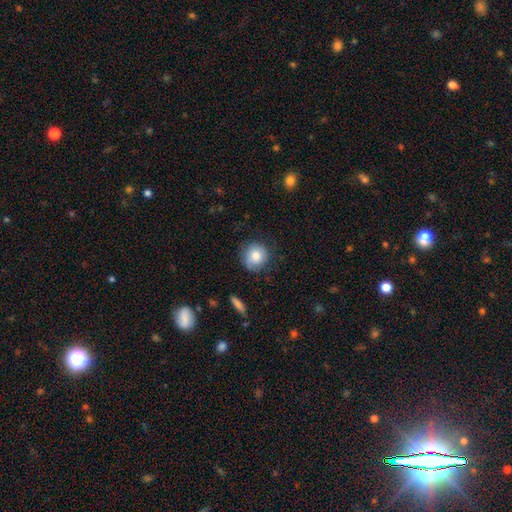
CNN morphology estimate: smooth-or-featured: smooth: 78% | featured or disk: 14% | star or artifact: 8%
  how-rounded: round: 88% | in between: 11% | cigar-shaped: 1%
  merging: none: 76% | minor disturbance: 18% | major disturbance: 5% | merger: 2%